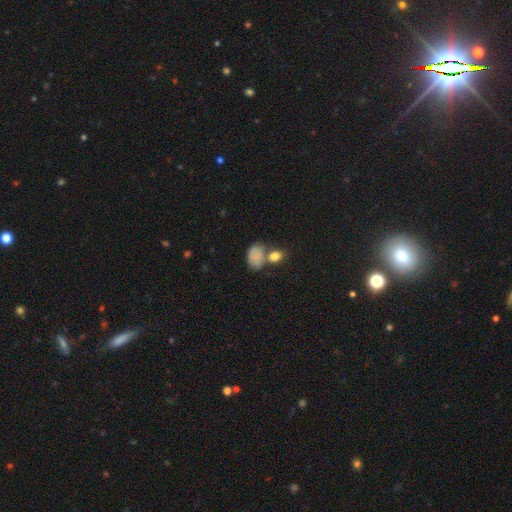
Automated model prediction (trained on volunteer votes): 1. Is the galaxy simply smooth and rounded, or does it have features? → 78% smooth, 12% featured or disk, 10% star or artifact.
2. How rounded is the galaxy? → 79% in between, 19% round, 1% cigar-shaped.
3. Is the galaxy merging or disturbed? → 36% none, 35% merger, 20% minor disturbance, 9% major disturbance.